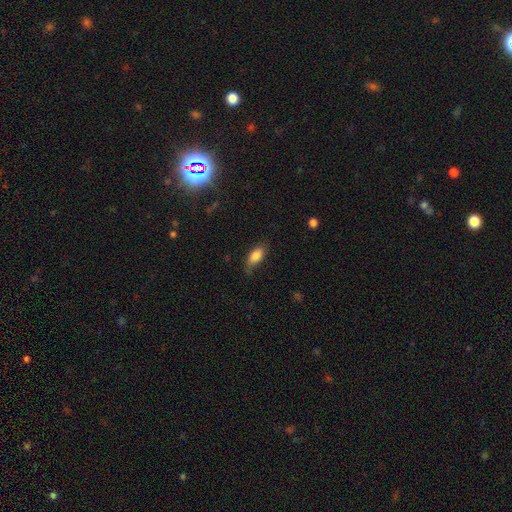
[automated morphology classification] This is clearly a smooth galaxy (82%). How rounded: clearly in between (85%). Merging: likely none (68%).